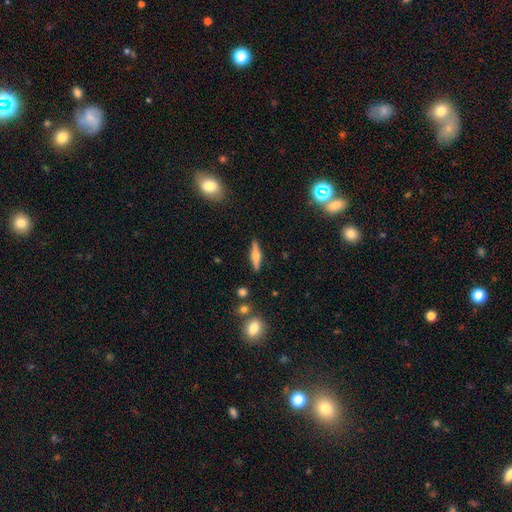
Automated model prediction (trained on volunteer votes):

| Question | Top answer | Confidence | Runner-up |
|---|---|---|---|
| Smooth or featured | featured or disk | 59% | smooth (34%) |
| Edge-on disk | yes | 95% | no (5%) |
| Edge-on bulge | rounded | 92% | boxy (6%) |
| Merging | none | 88% | minor disturbance (8%) |